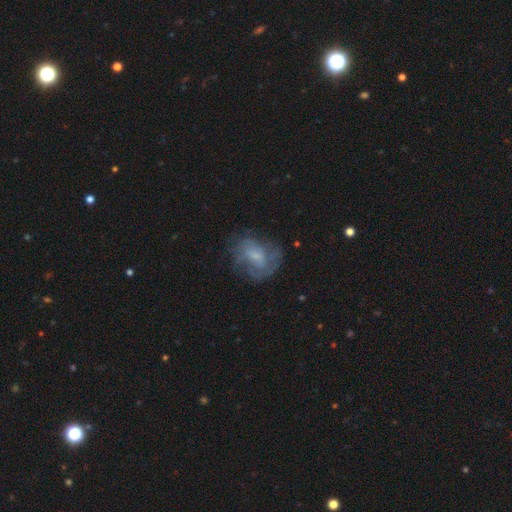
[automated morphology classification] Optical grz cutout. It shows a featured or disk galaxy (60%) with no bar (52%), spiral arms (68%) and a small central bulge (52%). Merging: none (58%).